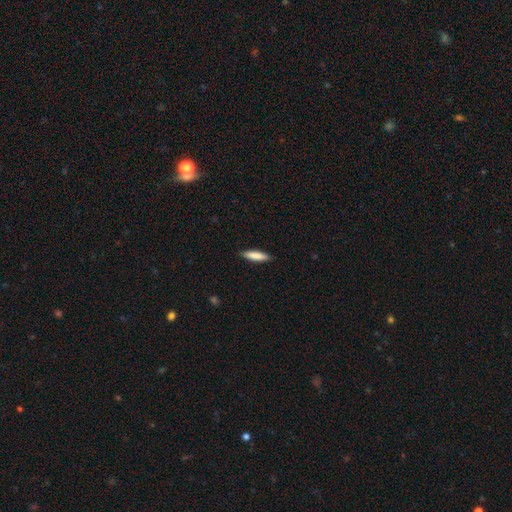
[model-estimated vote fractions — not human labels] Smooth or featured: smooth — 84% (featured or disk — 11%)
How rounded: cigar-shaped — 77% (in between — 21%)
Merging: none — 90% (minor disturbance — 8%)